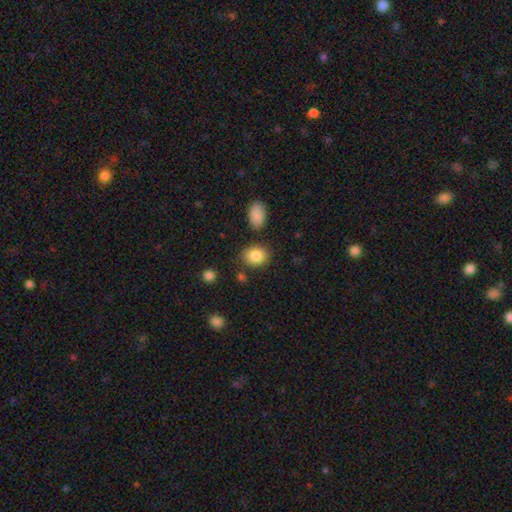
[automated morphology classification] Smooth or featured?
  - smooth: 85% *
  - star or artifact: 8%
  - featured or disk: 7%
How rounded?
  - in between: 51% *
  - round: 48%
  - cigar-shaped: 1%
Merging?
  - none: 81% *
  - minor disturbance: 11%
  - merger: 5%
  - major disturbance: 3%